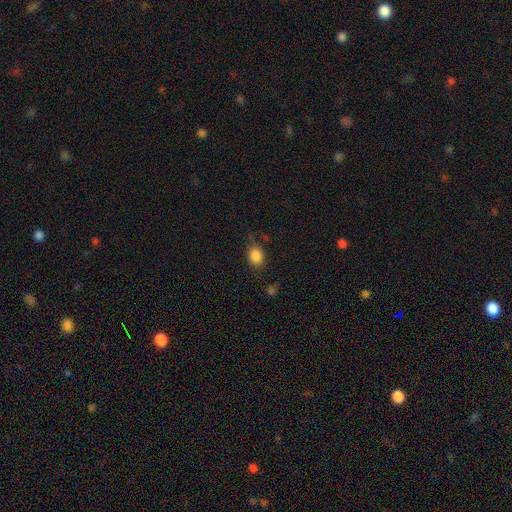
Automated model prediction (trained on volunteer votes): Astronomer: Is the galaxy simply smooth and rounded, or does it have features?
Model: smooth — 85%.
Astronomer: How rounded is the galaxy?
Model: in between — 50% (runner-up: round, 48%).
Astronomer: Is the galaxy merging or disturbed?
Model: none — 71%.